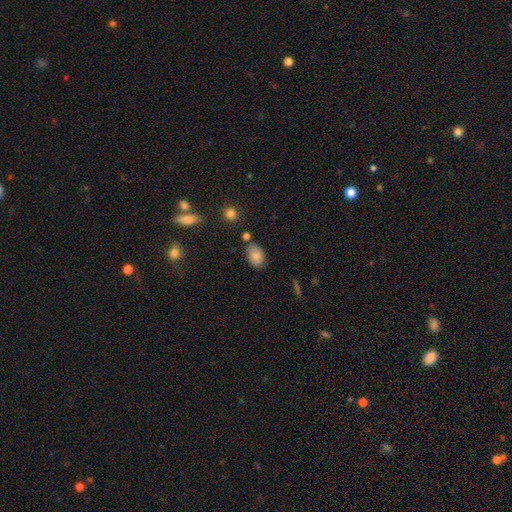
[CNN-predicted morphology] Smooth or featured: smooth — 84% (star or artifact — 9%)
How rounded: in between — 86% (round — 13%)
Merging: none — 73% (minor disturbance — 17%)